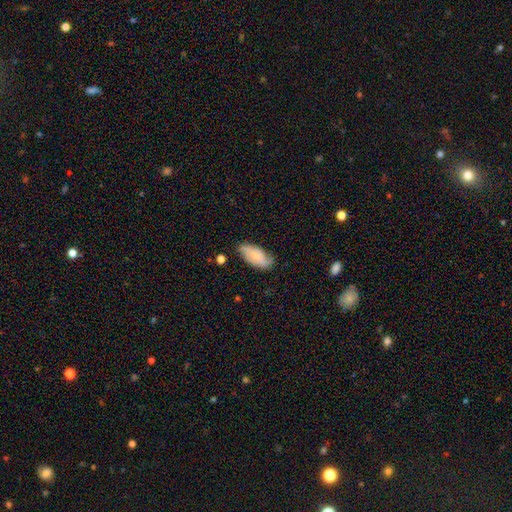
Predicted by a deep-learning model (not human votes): smooth_or_featured: smooth (p=0.56) [alt: featured or disk p=0.38]
how_rounded: in between (p=0.90) [alt: cigar-shaped p=0.08]
merging: none (p=0.64) [alt: minor disturbance p=0.27]